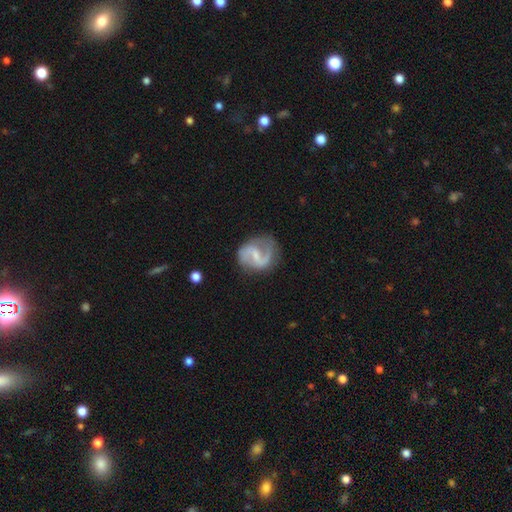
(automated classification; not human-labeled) A featured or disk galaxy (85%) with a weak bar (52%), 2 (89%) medium (48%) spiral arms (95%) and a small central bulge (56%). Merging: none (74%).